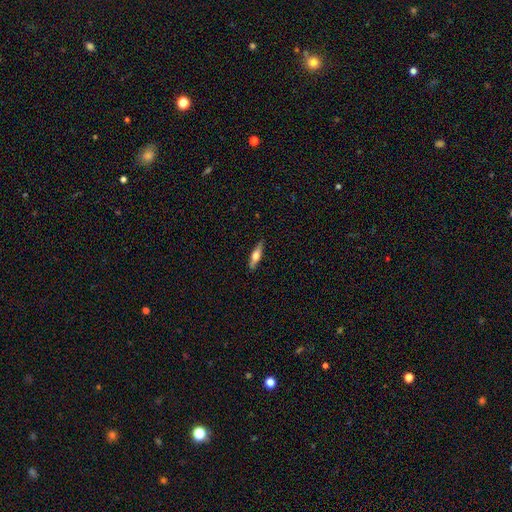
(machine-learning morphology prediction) Smooth or featured? Predicted: featured or disk (p=0.52). Edge-on disk? Predicted: yes (p=0.94). Merging? Predicted: none (p=0.89).